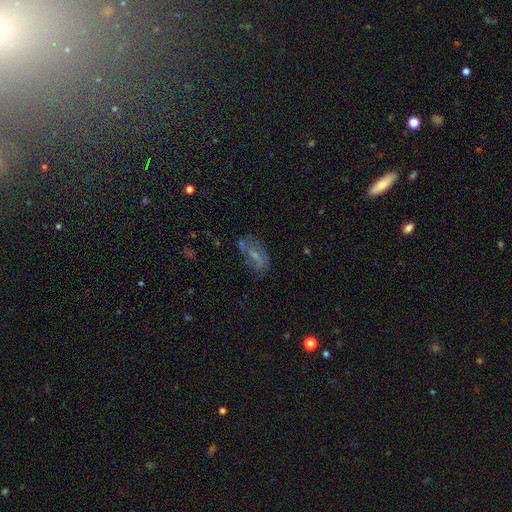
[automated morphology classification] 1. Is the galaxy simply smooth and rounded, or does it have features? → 45% featured or disk, 42% smooth, 13% star or artifact.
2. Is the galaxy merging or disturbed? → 54% none, 25% minor disturbance, 16% major disturbance, 6% merger.